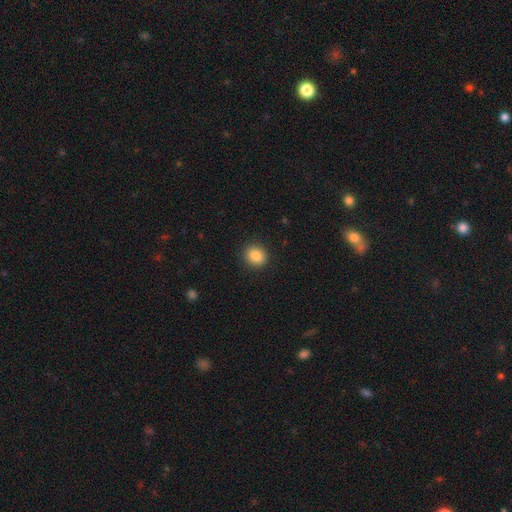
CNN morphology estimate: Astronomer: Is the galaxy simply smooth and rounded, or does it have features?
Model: smooth — 87%.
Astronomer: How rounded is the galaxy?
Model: round — 77%.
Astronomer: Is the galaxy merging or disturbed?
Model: none — 91%.